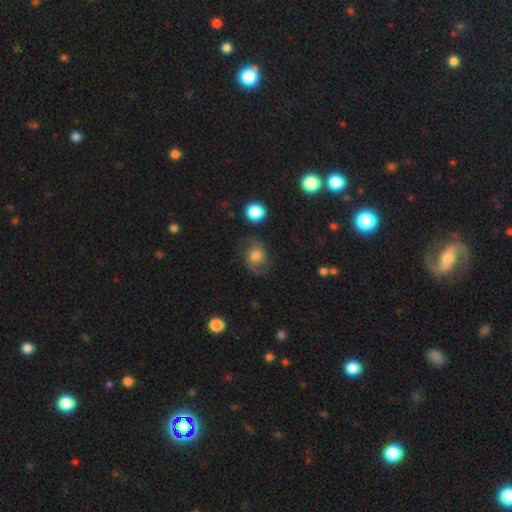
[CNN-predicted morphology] This is likely a featured or disk galaxy (66%). It is clearly not viewed edge-on (97%). Bar: likely no (68%). Spiral arm pattern: clearly yes (92%). Spiral arm count: clearly 2 (91%). Spiral winding: possibly loose (46%). Central bulge: likely moderate (62%). Merging: likely none (71%).